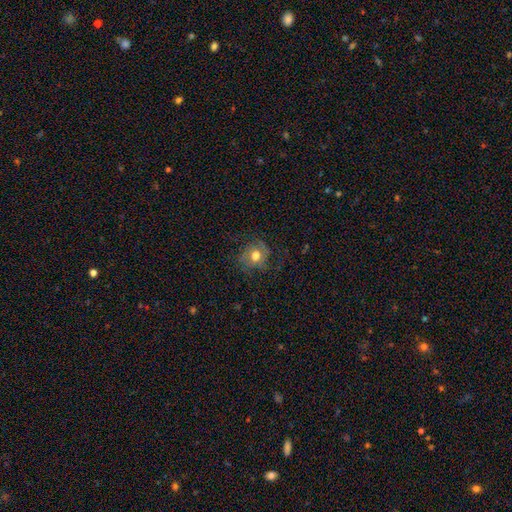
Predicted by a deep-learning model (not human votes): A smooth galaxy with no disk features (61%) that is round (77%). Merging: none (66%).